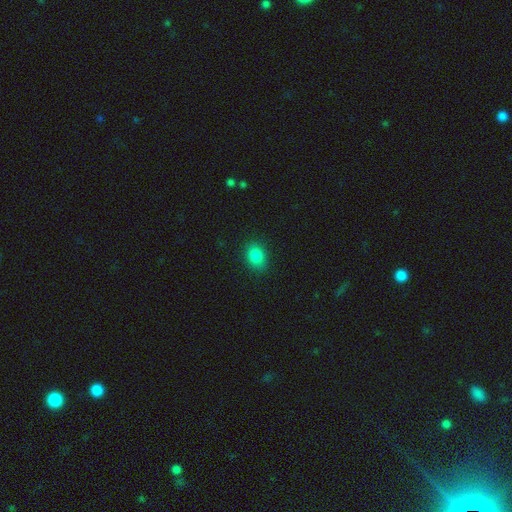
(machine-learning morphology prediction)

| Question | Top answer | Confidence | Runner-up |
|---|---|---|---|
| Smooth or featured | smooth | 85% | star or artifact (11%) |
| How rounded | in between | 61% | round (38%) |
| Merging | none | 87% | minor disturbance (9%) |